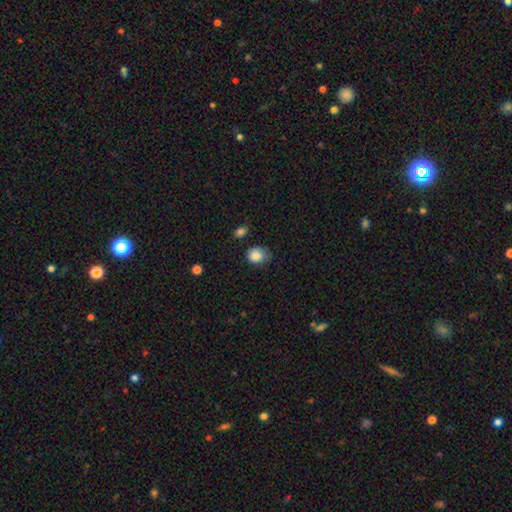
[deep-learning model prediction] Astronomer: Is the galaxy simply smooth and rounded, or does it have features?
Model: smooth — 85%.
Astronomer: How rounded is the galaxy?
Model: round — 60% (runner-up: in between, 39%).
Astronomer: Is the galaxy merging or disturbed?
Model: none — 50% (runner-up: minor disturbance, 37%).